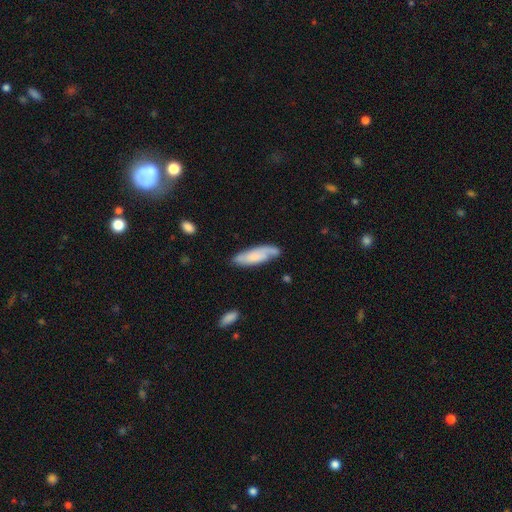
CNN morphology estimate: type=smooth (56%); roundness=in between (54%); merging=none (66%).